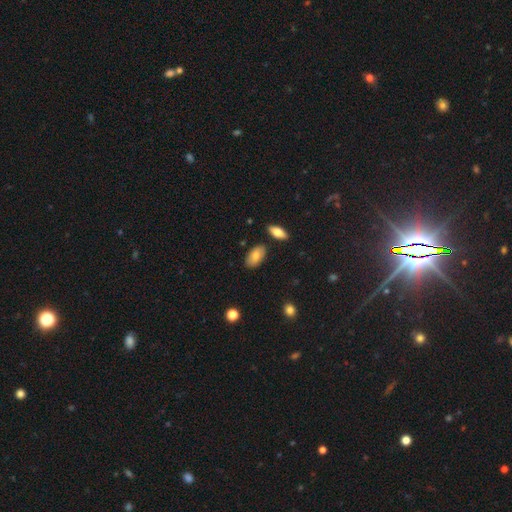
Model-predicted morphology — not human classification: smooth-or-featured: smooth: 80% | featured or disk: 13% | star or artifact: 6%
  how-rounded: in between: 94% | round: 3% | cigar-shaped: 3%
  merging: none: 82% | minor disturbance: 12% | merger: 4% | major disturbance: 2%